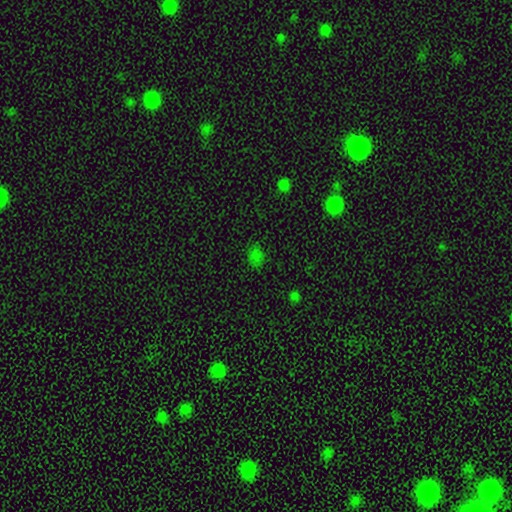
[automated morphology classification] This is likely a smooth galaxy (64%). How rounded: possibly in between (52%). Merging: clearly none (80%).